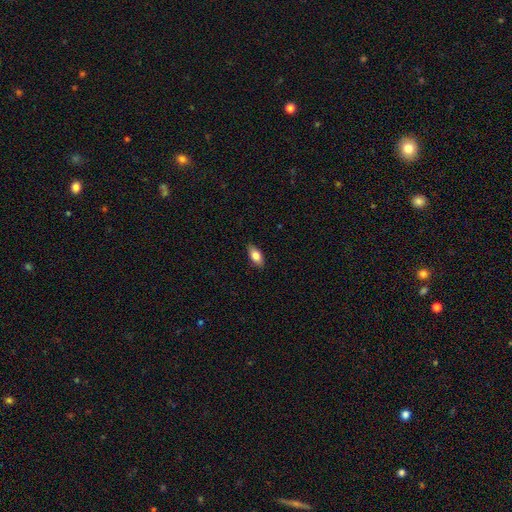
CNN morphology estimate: type=smooth (78%); roundness=in between (86%); merging=none (86%).